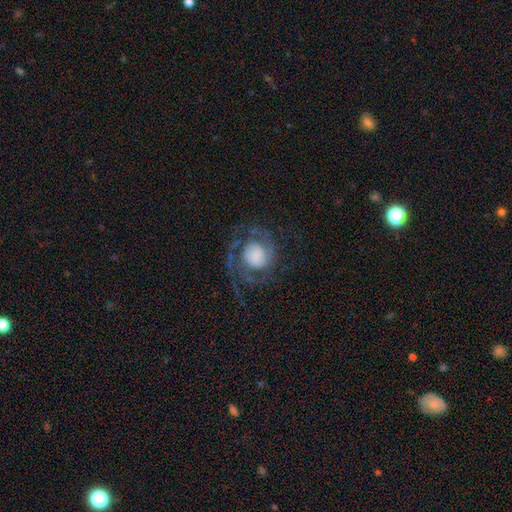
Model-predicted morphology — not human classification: Smooth or featured?
  - featured or disk: 79% *
  - smooth: 14%
  - star or artifact: 7%
Edge-on disk?
  - no: 98% *
  - yes: 2%
Bar?
  - no: 70% *
  - weak: 24%
  - strong: 7%
Spiral arms?
  - yes: 95% *
  - no: 5%
Spiral winding?
  - medium: 48% *
  - tight: 34%
  - loose: 18%
Spiral arm count?
  - 2: 68% *
  - 3: 10%
  - can't tell: 9%
  - 1: 5%
  - 4: 4%
  - more than 4: 4%
Bulge size?
  - large: 40% *
  - dominant: 19%
  - none: 16%
  - small: 13%
  - moderate: 13%
Merging?
  - none: 66% *
  - major disturbance: 18%
  - minor disturbance: 15%
  - merger: 2%